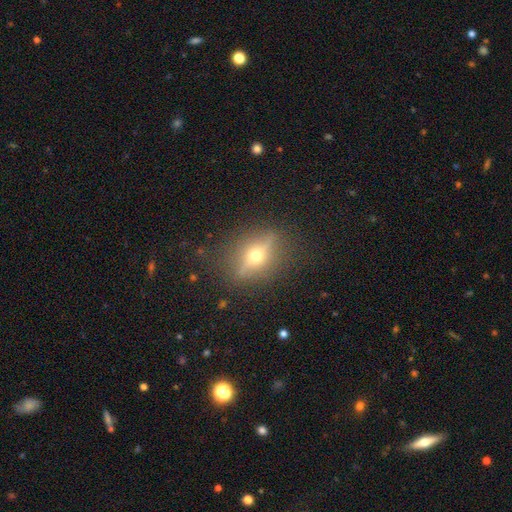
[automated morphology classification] Smooth or featured: featured or disk — 71% (smooth — 19%)
Edge-on disk: yes — 74% (no — 26%)
Edge-on bulge: rounded — 96% (boxy — 2%)
Merging: none — 84% (minor disturbance — 11%)